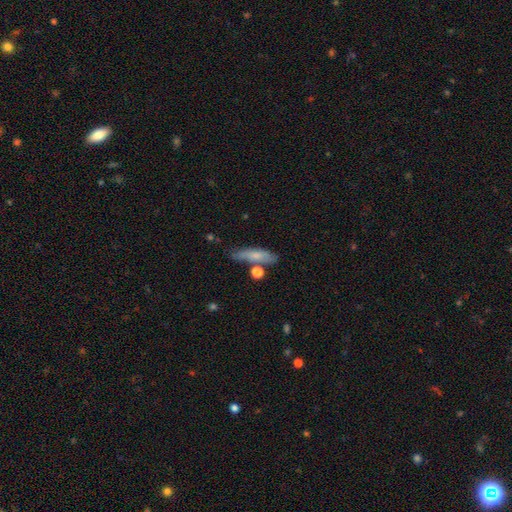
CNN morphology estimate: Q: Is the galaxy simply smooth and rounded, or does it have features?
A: smooth — 68%.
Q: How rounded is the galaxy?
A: cigar-shaped — 68%.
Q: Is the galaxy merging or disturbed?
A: none — 65%.